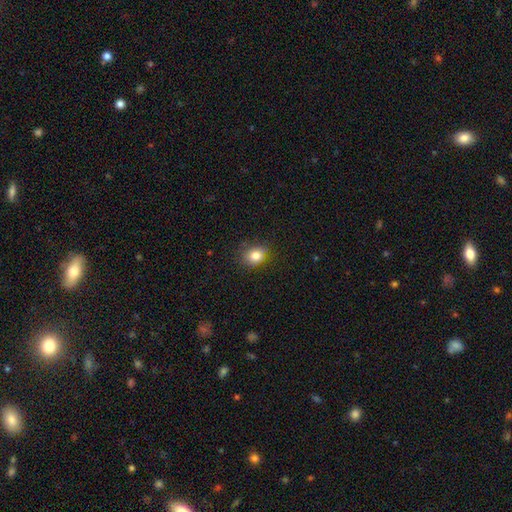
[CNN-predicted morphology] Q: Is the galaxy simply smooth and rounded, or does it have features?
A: smooth — 82%.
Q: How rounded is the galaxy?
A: round — 55%.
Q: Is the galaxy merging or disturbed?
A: none — 79%.